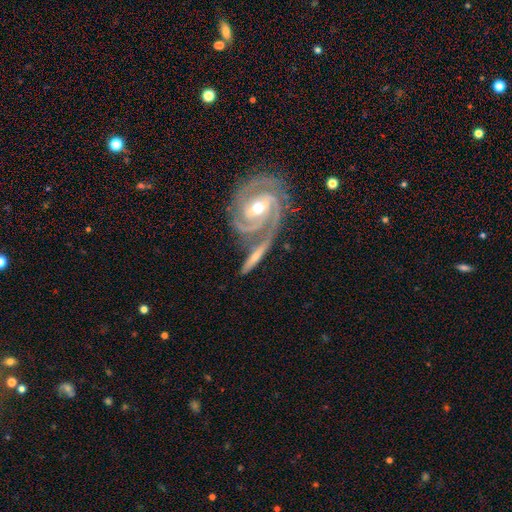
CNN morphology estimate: Smooth or featured: featured or disk — 73% (smooth — 21%)
Edge-on disk: no — 77% (yes — 23%)
Bar: no — 36% (weak — 35%)
Spiral arms: yes — 92% (no — 8%)
Spiral winding: tight — 58% (medium — 33%)
Spiral arm count: 2 — 50% (3 — 24%)
Bulge size: moderate — 62% (small — 31%)
Merging: none — 47% (merger — 32%)